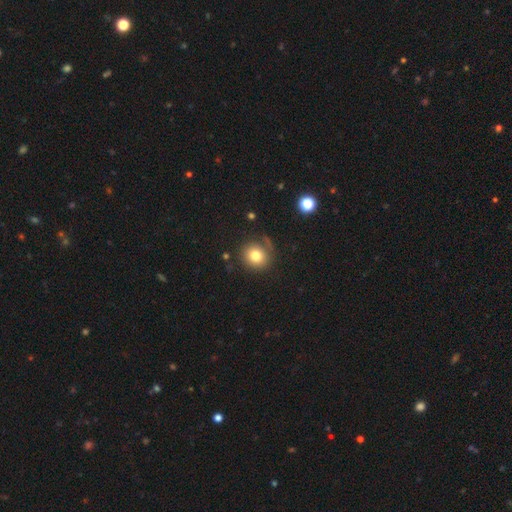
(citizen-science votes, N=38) This is clearly a smooth galaxy (82%). How rounded: clearly round (81%). Merging: likely none (75%).